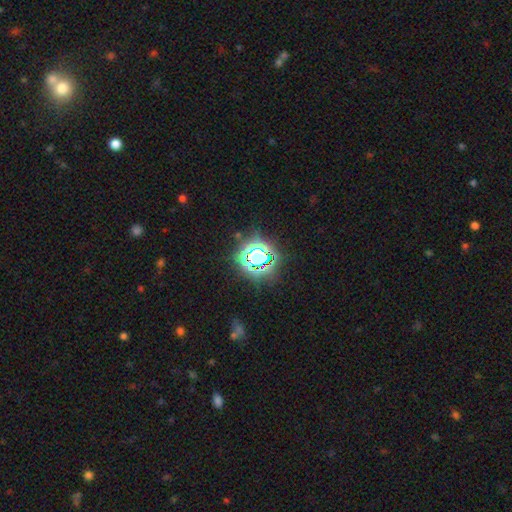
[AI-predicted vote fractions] Smooth or featured? Predicted: star or artifact (p=0.71).